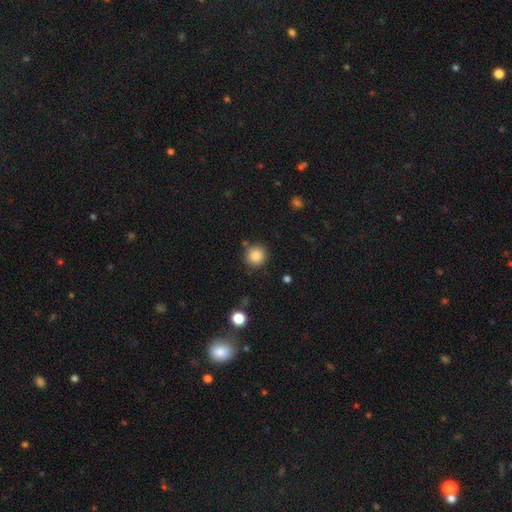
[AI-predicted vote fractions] Smooth or featured: smooth — 85% (star or artifact — 10%)
How rounded: round — 93% (in between — 6%)
Merging: none — 85% (minor disturbance — 8%)